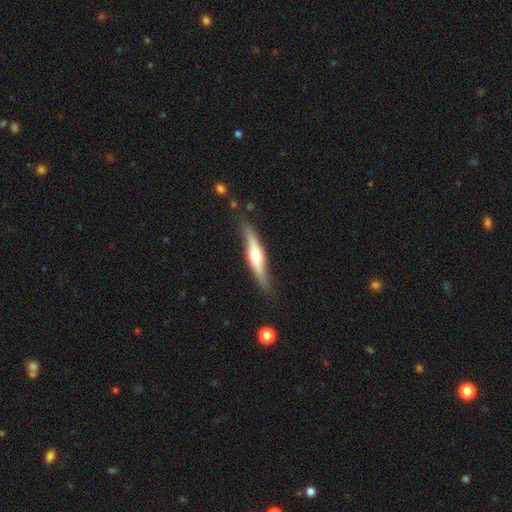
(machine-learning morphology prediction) This appears to be a featured or disk galaxy (61%) viewed edge-on (90%) with a rounded central bulge (89%). Merging: none (81%).